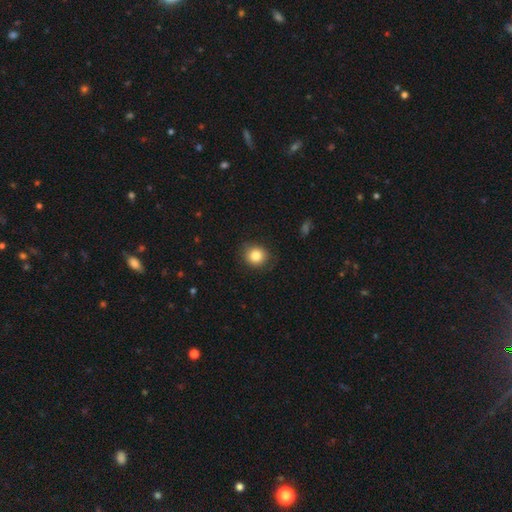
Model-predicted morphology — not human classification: type=smooth (84%); roundness=round (80%); merging=none (85%).